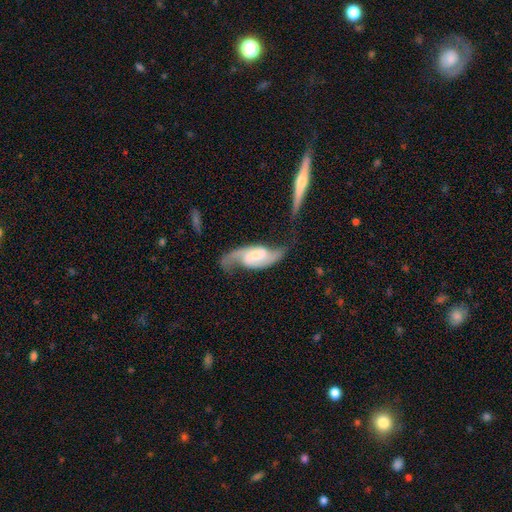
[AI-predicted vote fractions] A featured or disk galaxy (87%) with a weak bar (49%), 2 (92%) loose (50%) spiral arms (97%) and a small central bulge (44%). Merging: none (61%).